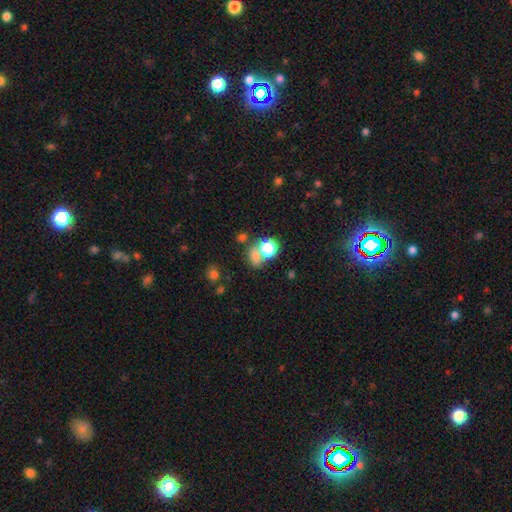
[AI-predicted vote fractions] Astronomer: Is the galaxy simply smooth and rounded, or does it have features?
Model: smooth — 66%.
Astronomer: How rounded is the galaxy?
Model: round — 59% (runner-up: in between, 40%).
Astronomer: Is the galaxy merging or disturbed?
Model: none — 47% (runner-up: merger, 33%).